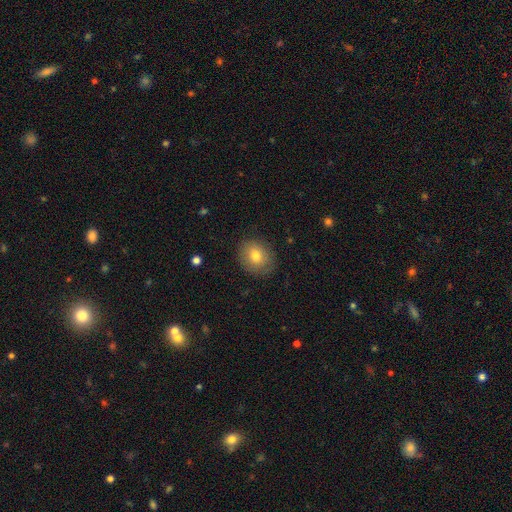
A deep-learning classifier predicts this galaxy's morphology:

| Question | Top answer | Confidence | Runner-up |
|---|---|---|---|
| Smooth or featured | smooth | 77% | featured or disk (15%) |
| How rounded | round | 56% | in between (43%) |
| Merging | none | 83% | minor disturbance (13%) |